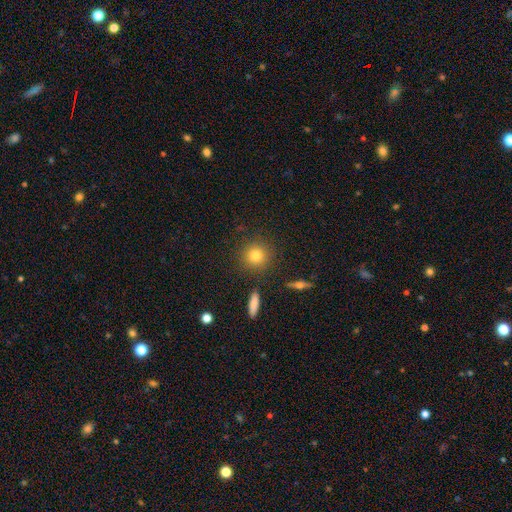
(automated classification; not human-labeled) This appears to be a smooth galaxy with no disk features (78%) that is round (92%). Merging: none (87%).